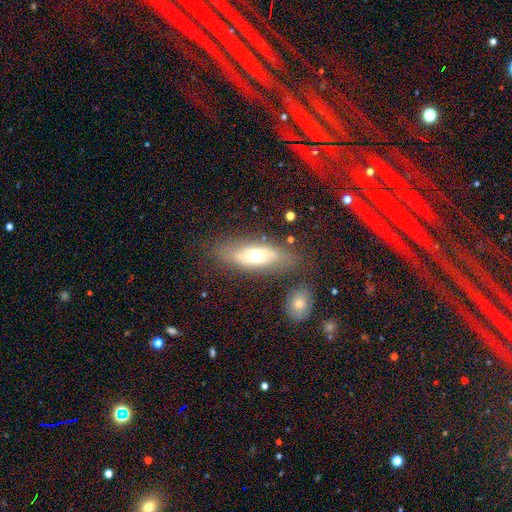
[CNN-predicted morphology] A smooth galaxy with no disk features (49%). Merging: none (73%).